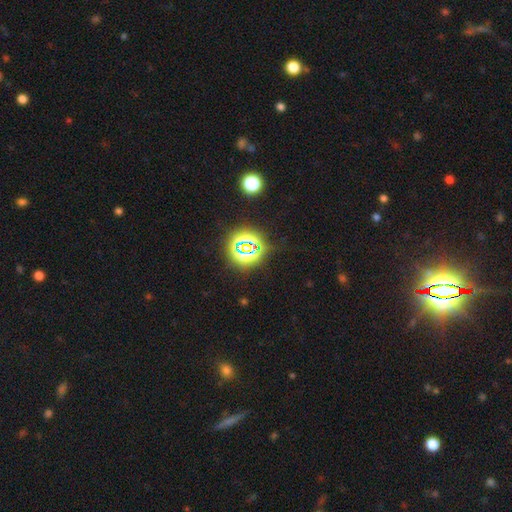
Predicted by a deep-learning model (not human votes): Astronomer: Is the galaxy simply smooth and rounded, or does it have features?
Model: star or artifact — 73%.